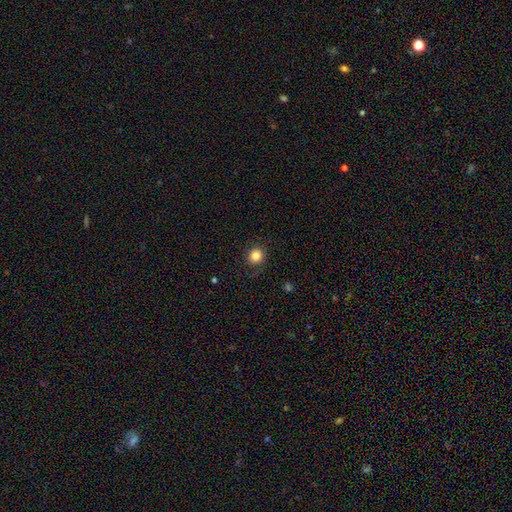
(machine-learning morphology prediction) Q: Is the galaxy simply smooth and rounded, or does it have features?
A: smooth — 83%.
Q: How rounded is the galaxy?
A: round — 88%.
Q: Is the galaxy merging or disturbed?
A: none — 83%.